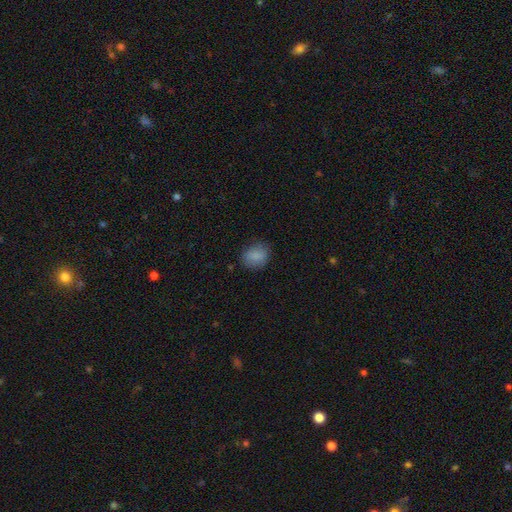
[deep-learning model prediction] smooth_or_featured: smooth (p=0.86) [alt: star or artifact p=0.08]
how_rounded: round (p=0.53) [alt: in between p=0.46]
merging: none (p=0.79) [alt: minor disturbance p=0.16]